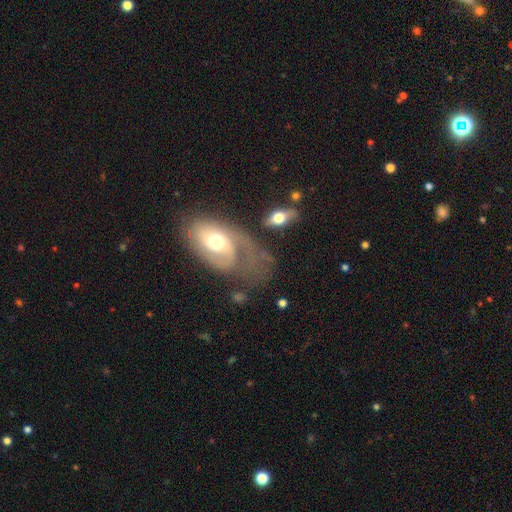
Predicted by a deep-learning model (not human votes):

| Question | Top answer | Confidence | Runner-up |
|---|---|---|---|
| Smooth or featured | featured or disk | 72% | smooth (20%) |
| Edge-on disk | no | 96% | yes (4%) |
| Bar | no | 67% | weak (26%) |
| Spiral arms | yes | 81% | no (19%) |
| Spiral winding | tight | 47% | medium (34%) |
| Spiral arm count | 1 | 40% | 2 (34%) |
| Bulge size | moderate | 72% | small (15%) |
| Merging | none | 37% | major disturbance (30%) |